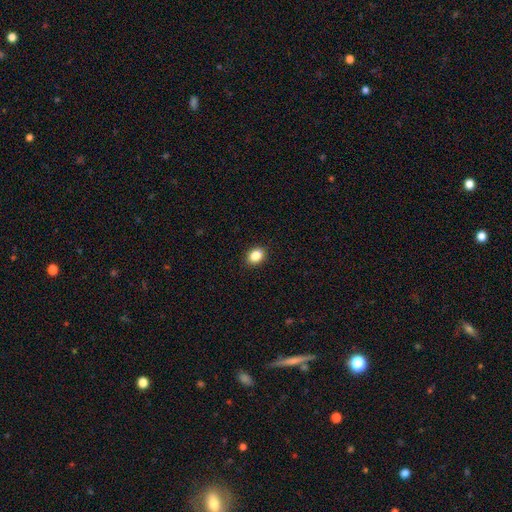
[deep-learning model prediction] Overall: smooth (86%). How rounded: in between (57%; round 42%). Merging: none (90%).